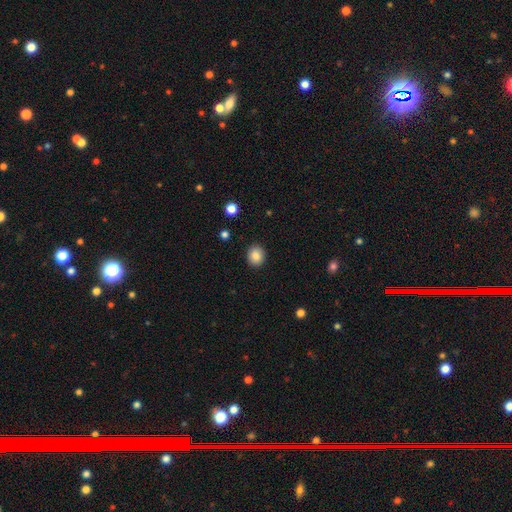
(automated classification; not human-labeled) smooth-or-featured: smooth: 86% | star or artifact: 9% | featured or disk: 5%
  how-rounded: round: 71% | in between: 28% | cigar-shaped: 1%
  merging: none: 90% | minor disturbance: 7% | major disturbance: 2% | merger: 1%